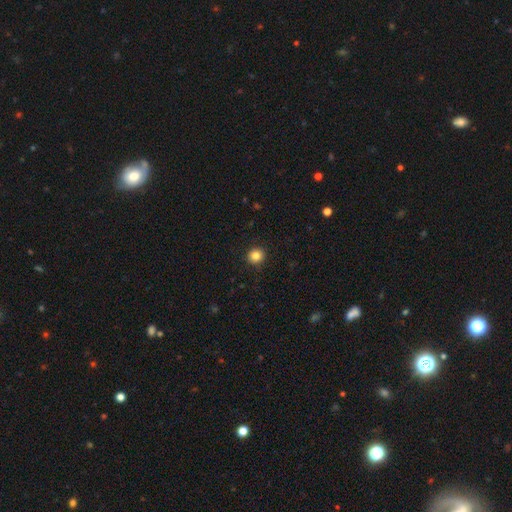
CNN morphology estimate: A smooth galaxy with no disk features (84%) that is round (92%). Merging: none (92%).